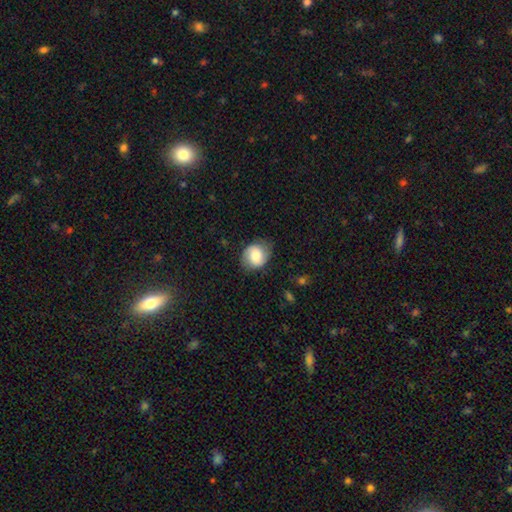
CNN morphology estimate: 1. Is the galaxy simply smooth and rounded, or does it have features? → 65% smooth, 27% featured or disk, 8% star or artifact.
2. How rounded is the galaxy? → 56% round, 43% in between, 1% cigar-shaped.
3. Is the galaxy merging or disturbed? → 71% none, 22% minor disturbance, 6% major disturbance, 1% merger.